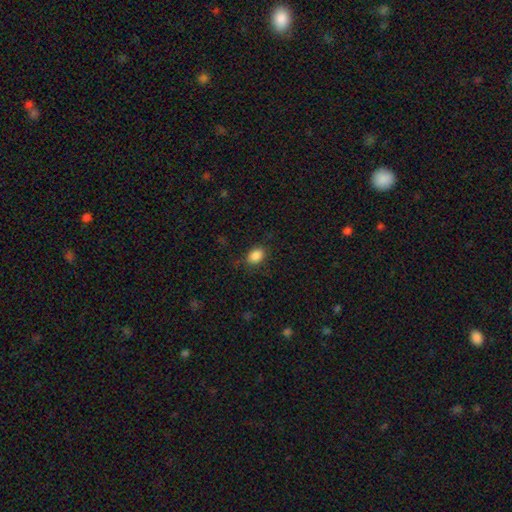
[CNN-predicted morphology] smooth 87%, star or artifact 9%, featured or disk 4%. Down the decision tree: how rounded — in between (73%); merging — none (83%).